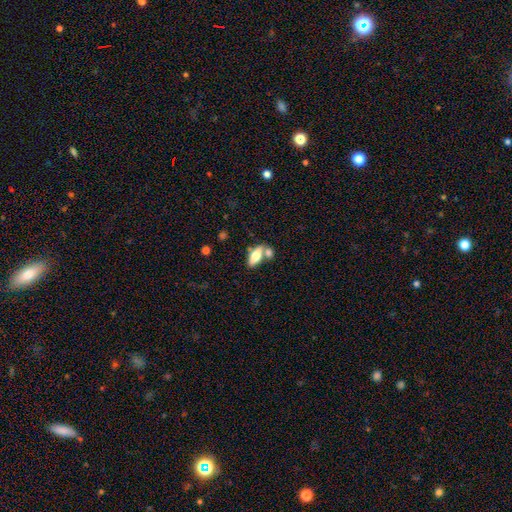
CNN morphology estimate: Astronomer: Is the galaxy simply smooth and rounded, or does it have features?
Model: smooth — 65%.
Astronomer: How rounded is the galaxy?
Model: in between — 77%.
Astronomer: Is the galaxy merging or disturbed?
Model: none — 50% (runner-up: merger, 33%).